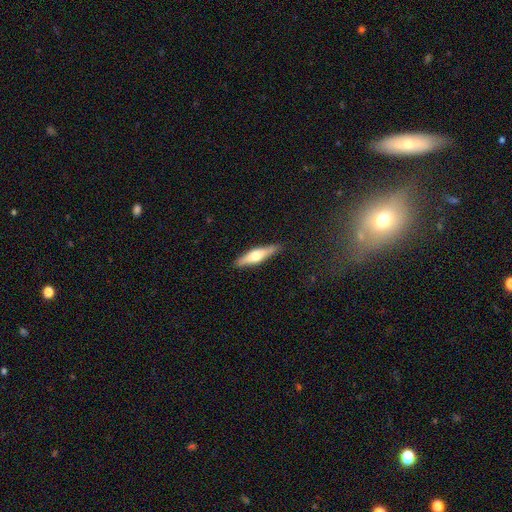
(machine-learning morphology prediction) smooth-or-featured: featured or disk: 53% | smooth: 41% | star or artifact: 6%
  disk-edge-on: yes: 94% | no: 6%
  merging: none: 89% | minor disturbance: 8% | major disturbance: 2% | merger: 1%